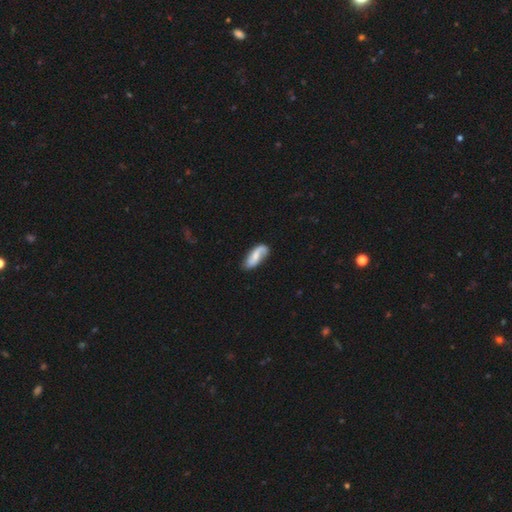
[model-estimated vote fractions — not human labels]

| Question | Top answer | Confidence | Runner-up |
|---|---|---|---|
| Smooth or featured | featured or disk | 54% | smooth (40%) |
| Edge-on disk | no | 92% | yes (8%) |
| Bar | no | 47% | weak (37%) |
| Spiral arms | yes | 89% | no (11%) |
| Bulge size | small | 44% | moderate (37%) |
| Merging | none | 70% | minor disturbance (21%) |